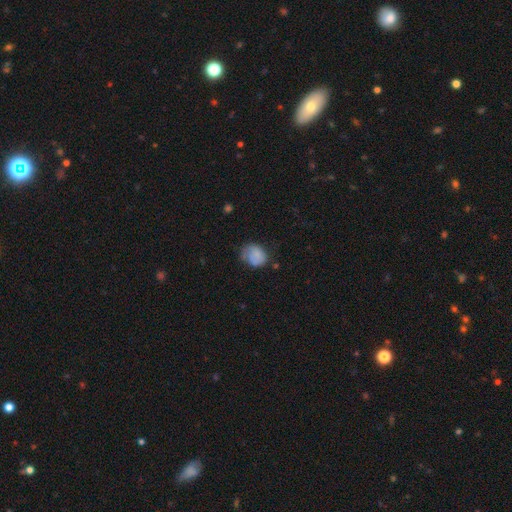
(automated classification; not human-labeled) A smooth galaxy with no disk features (67%) that is round (57%). Merging: none (46%).